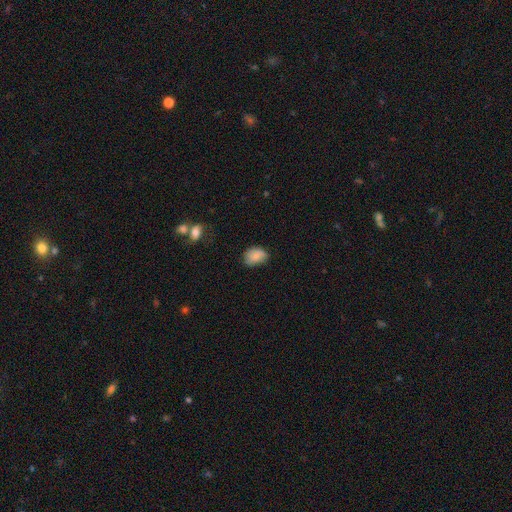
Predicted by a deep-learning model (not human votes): Q: Smooth or featured?
A: smooth (84%); runner-up: star or artifact (8%)
Q: How rounded?
A: in between (76%); runner-up: round (23%)
Q: Merging?
A: none (61%); runner-up: minor disturbance (31%)